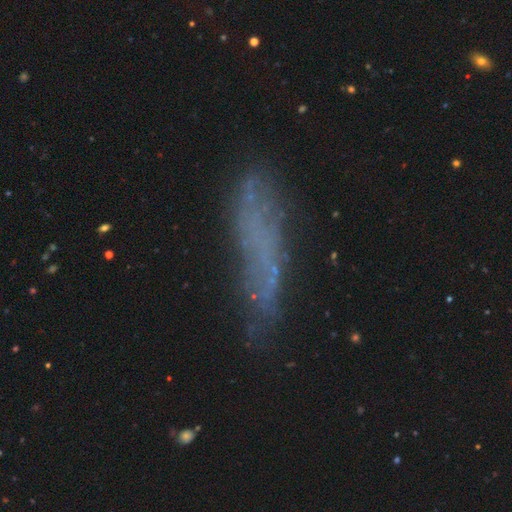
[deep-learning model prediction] smooth-or-featured: featured or disk: 43% | smooth: 41% | star or artifact: 16%
  merging: none: 58% | minor disturbance: 22% | major disturbance: 15% | merger: 4%